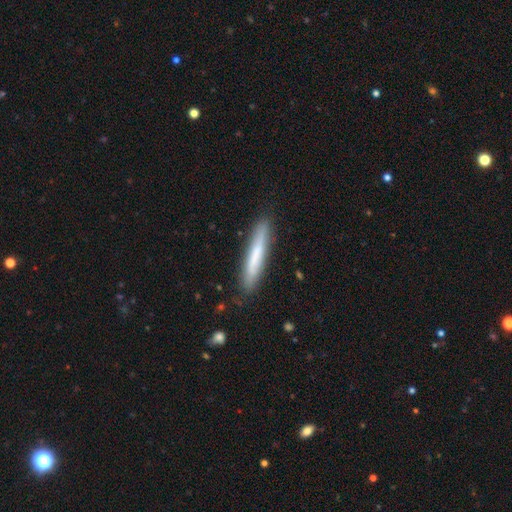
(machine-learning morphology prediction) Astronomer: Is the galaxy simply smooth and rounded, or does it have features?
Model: smooth — 67%.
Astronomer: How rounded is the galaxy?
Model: cigar-shaped — 94%.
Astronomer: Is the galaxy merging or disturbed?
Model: none — 87%.